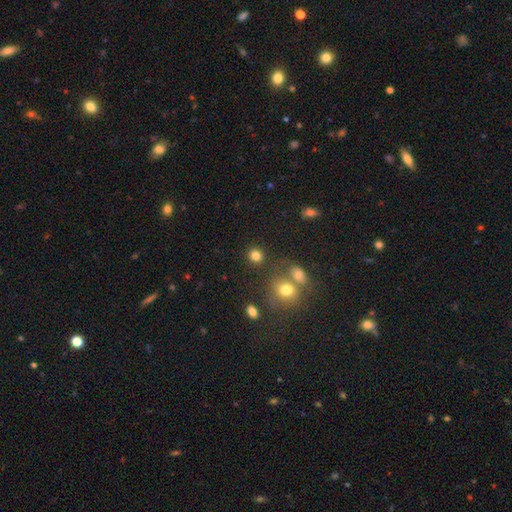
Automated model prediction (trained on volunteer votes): smooth 81%, star or artifact 13%, featured or disk 6%. Down the decision tree: how rounded — round (86%); merging — none (80%).